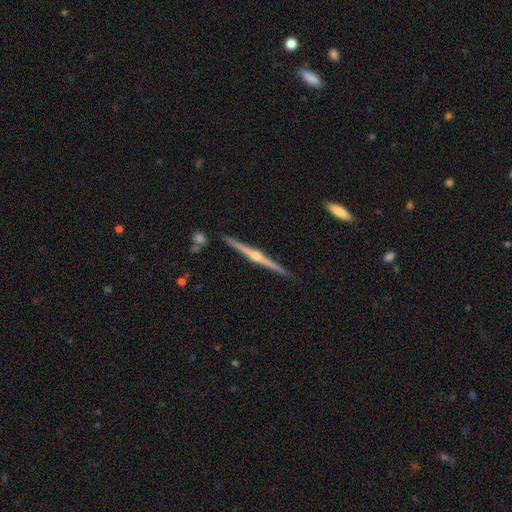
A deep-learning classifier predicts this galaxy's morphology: The model was most divided on "smooth or featured": featured or disk: 86%, smooth: 9%, star or artifact: 5%. More confident: edge-on disk — yes (99%); merging — none (90%); edge-on bulge — rounded (88%).